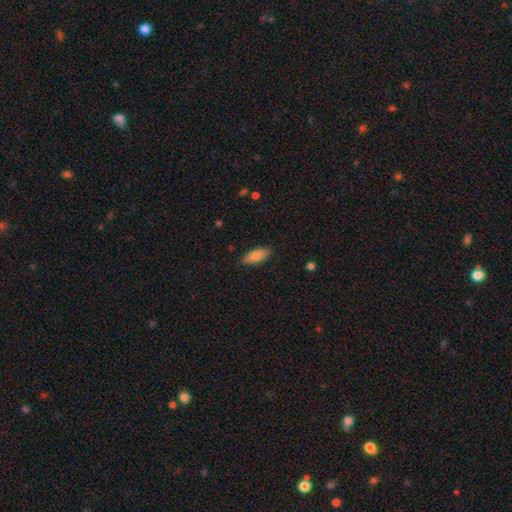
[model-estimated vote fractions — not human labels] This is likely a smooth galaxy (80%). How rounded: clearly in between (80%). Merging: clearly none (86%).